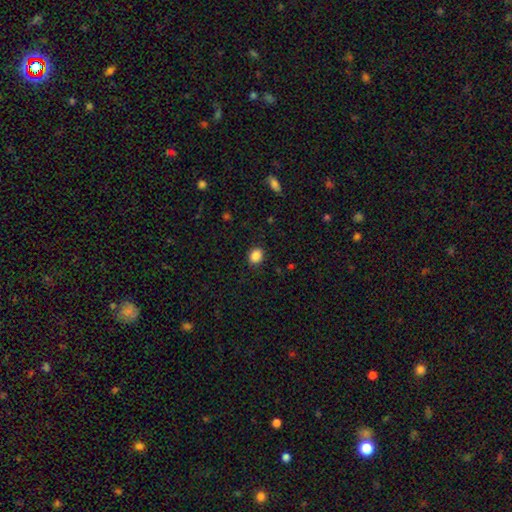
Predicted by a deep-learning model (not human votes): smooth_or_featured: smooth (p=0.87) [alt: star or artifact p=0.09]
how_rounded: in between (p=0.50) [alt: round p=0.49]
merging: none (p=0.88) [alt: minor disturbance p=0.08]